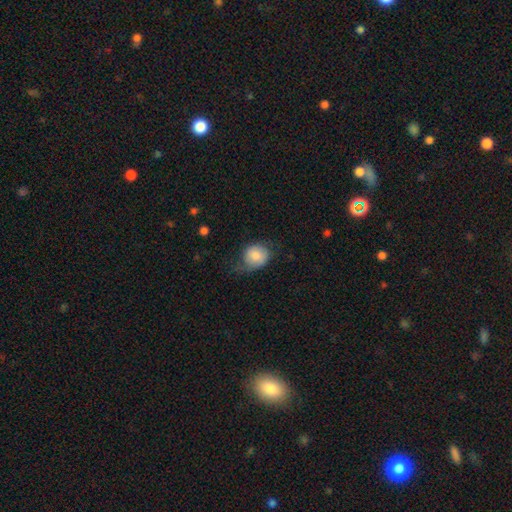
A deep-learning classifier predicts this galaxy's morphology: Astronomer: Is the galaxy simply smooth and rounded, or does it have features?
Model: smooth — 76%.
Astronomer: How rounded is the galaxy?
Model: round — 68%.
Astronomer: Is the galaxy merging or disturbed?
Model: none — 44% (runner-up: minor disturbance, 35%).